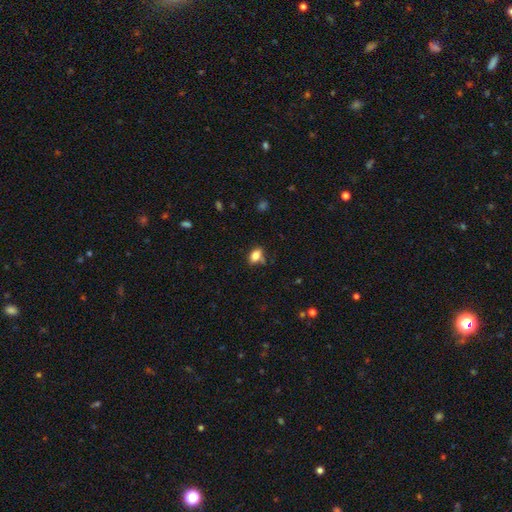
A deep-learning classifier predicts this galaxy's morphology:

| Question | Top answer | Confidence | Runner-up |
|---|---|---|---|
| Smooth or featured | smooth | 81% | star or artifact (10%) |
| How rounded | in between | 81% | round (16%) |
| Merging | none | 70% | minor disturbance (19%) |